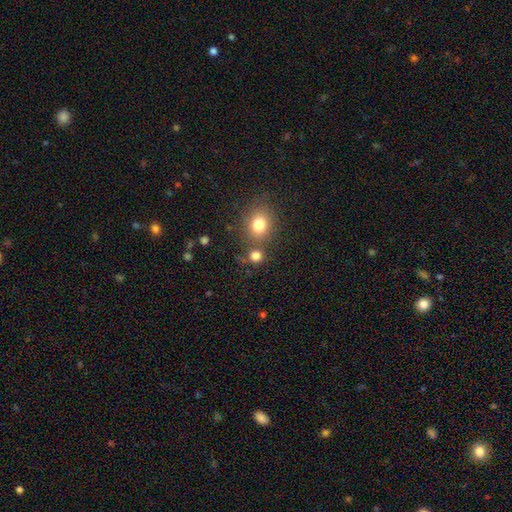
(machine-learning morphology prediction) Q: Smooth or featured?
A: smooth (80%); runner-up: star or artifact (14%)
Q: How rounded?
A: round (84%); runner-up: in between (15%)
Q: Merging?
A: none (67%); runner-up: merger (20%)